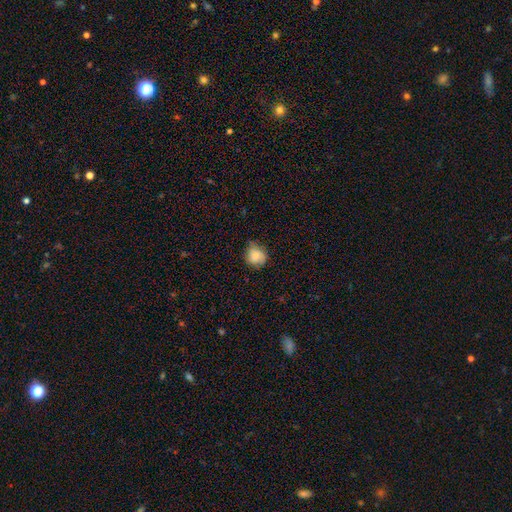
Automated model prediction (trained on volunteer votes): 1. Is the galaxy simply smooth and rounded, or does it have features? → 75% smooth, 16% featured or disk, 9% star or artifact.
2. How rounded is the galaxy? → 78% round, 21% in between, 1% cigar-shaped.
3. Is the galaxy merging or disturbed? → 65% none, 27% minor disturbance, 6% major disturbance, 2% merger.